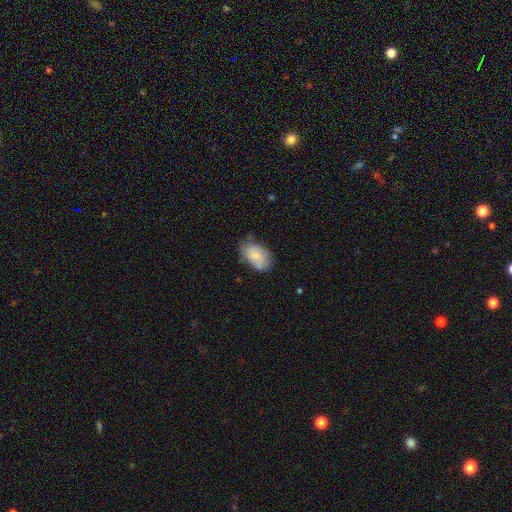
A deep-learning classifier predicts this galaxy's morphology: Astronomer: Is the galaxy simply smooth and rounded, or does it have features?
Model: smooth — 76%.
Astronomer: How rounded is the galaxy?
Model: in between — 90%.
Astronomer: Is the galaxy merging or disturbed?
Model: none — 57%.